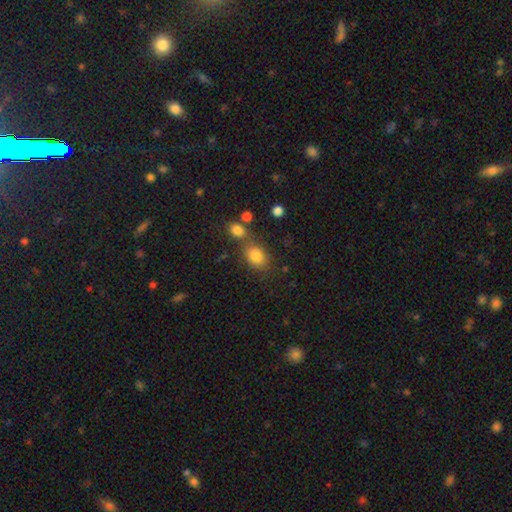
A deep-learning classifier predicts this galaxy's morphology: This is clearly a smooth galaxy (81%). How rounded: likely in between (63%). Merging: likely none (61%).